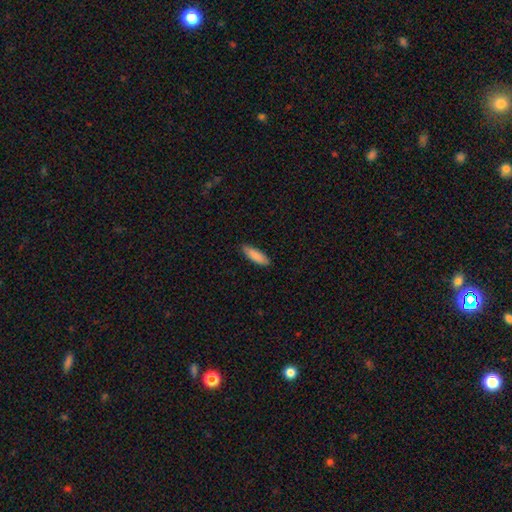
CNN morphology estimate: smooth 87%, featured or disk 8%, star or artifact 5%. Down the decision tree: how rounded — in between (50%); merging — none (85%).